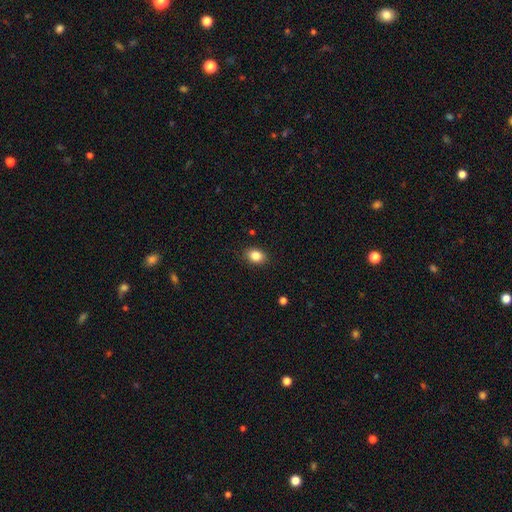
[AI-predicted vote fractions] This appears to be a smooth galaxy with no disk features (86%) that is in between round and cigar-shaped (66%). Merging: none (87%).